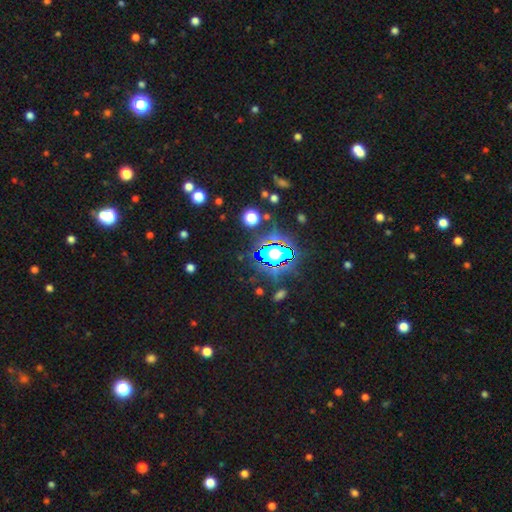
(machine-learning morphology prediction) This appears to be a star or artifact, not a galaxy (77%).